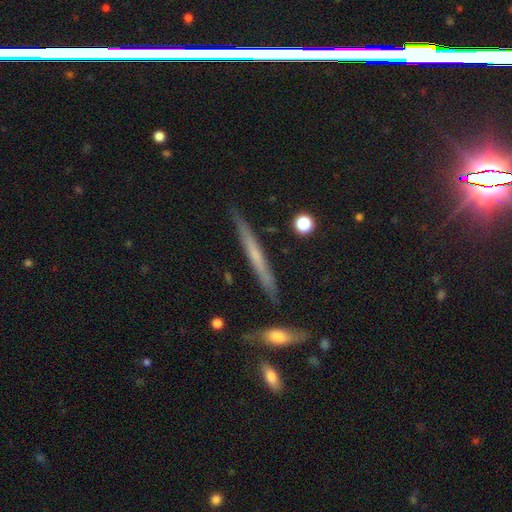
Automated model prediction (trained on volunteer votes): smooth-or-featured: featured or disk: 54% | smooth: 39% | star or artifact: 7%
  disk-edge-on: yes: 95% | no: 5%
    edge-on-bulge: none: 73% | rounded: 21% | boxy: 6%
  merging: none: 85% | minor disturbance: 11% | merger: 3% | major disturbance: 2%